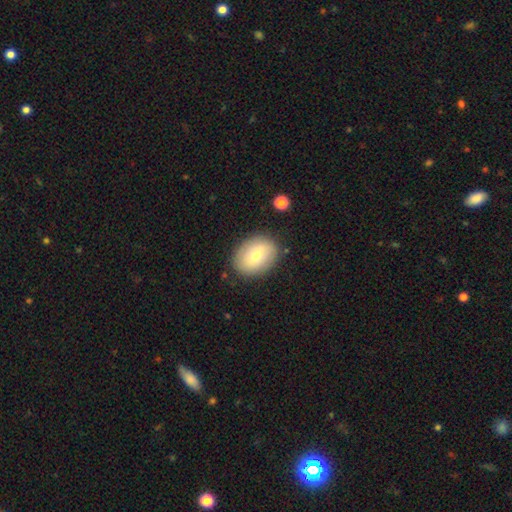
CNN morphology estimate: This appears to be a smooth galaxy with no disk features (67%) that is in between round and cigar-shaped (71%). Merging: none (85%).